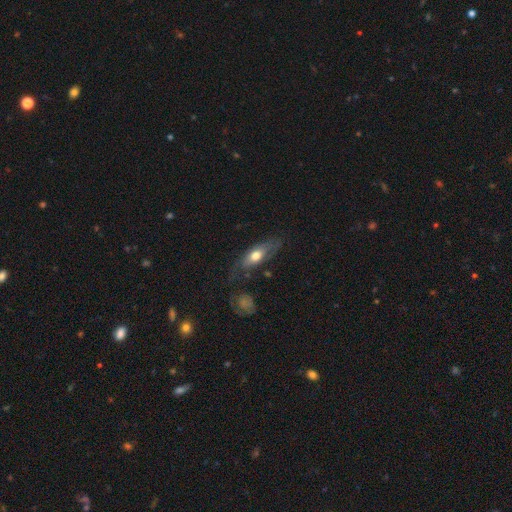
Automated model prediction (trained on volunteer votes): Morphology: type=smooth (50%); roundness=in between (68%); merging=none (58%).